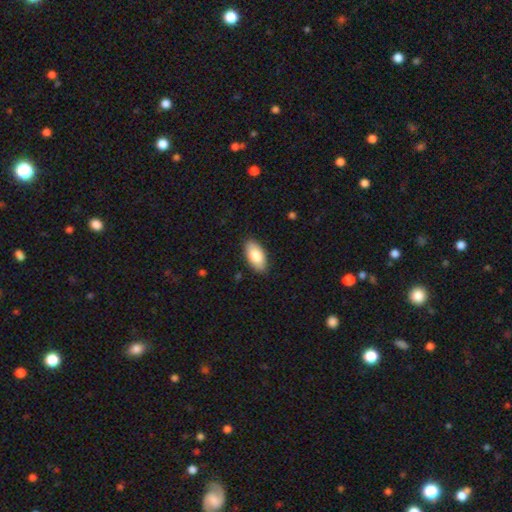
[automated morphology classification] A smooth galaxy with no disk features (82%) that is in between round and cigar-shaped (93%). Merging: none (87%).